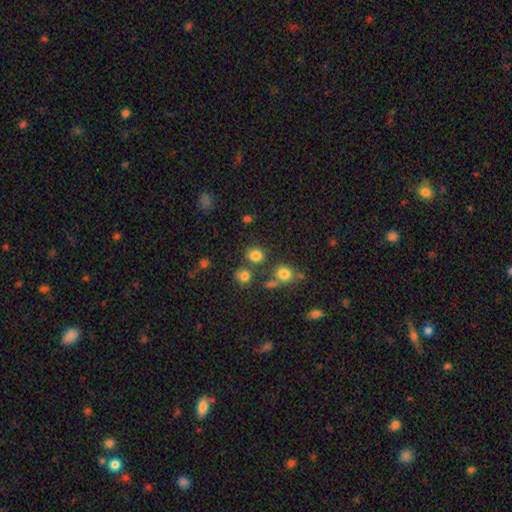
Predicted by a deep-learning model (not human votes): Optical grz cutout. It shows a smooth galaxy with no disk features (79%) that is round (80%). Merging: none (74%).